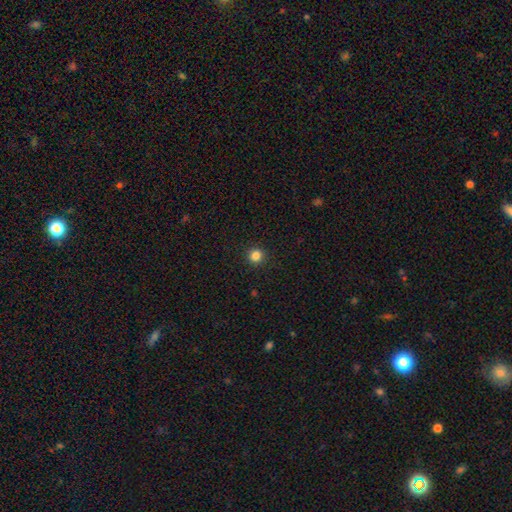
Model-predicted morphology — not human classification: Q: Smooth or featured?
A: smooth (84%); runner-up: star or artifact (12%)
Q: How rounded?
A: round (93%); runner-up: in between (6%)
Q: Merging?
A: none (92%); runner-up: minor disturbance (5%)